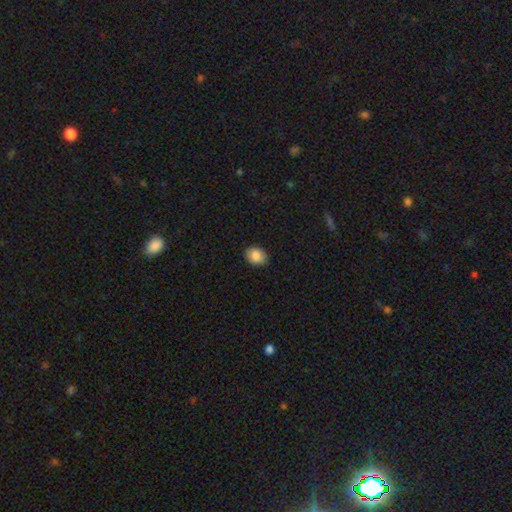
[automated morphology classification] Overall: smooth (86%). How rounded: in between (57%; round 42%). Merging: none (89%).